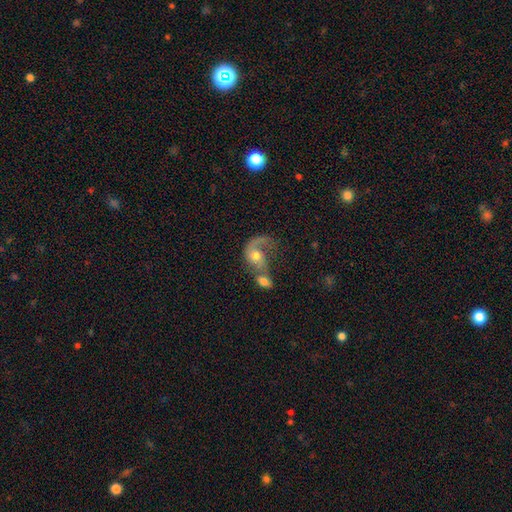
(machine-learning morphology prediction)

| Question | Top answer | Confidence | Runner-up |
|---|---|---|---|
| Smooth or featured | featured or disk | 64% | smooth (28%) |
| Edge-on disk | no | 97% | yes (3%) |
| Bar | no | 74% | weak (22%) |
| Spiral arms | yes | 82% | no (18%) |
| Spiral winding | loose | 63% | medium (27%) |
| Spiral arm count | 1 | 72% | 2 (19%) |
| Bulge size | moderate | 60% | small (19%) |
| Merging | merger | 63% | major disturbance (18%) |